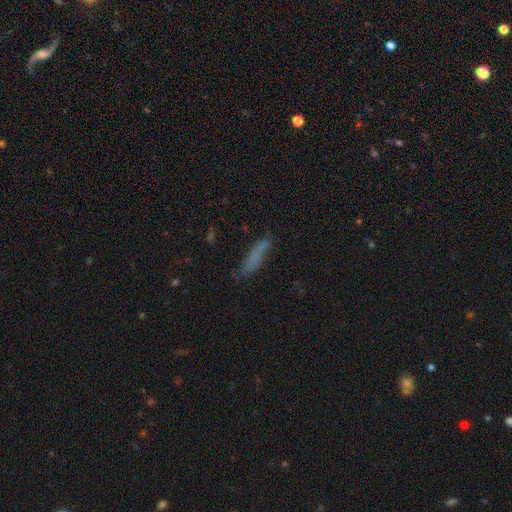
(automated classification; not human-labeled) smooth 67%, featured or disk 21%, star or artifact 12%. Down the decision tree: how rounded — cigar-shaped (78%); merging — none (66%).